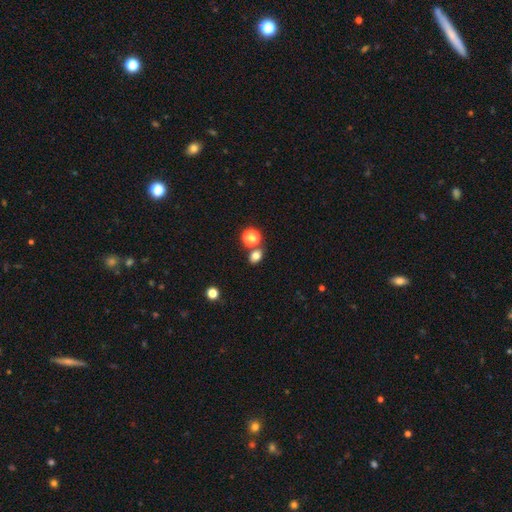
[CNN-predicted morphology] Overall: smooth (78%). How rounded: in between (56%; round 43%). Merging: none (68%).